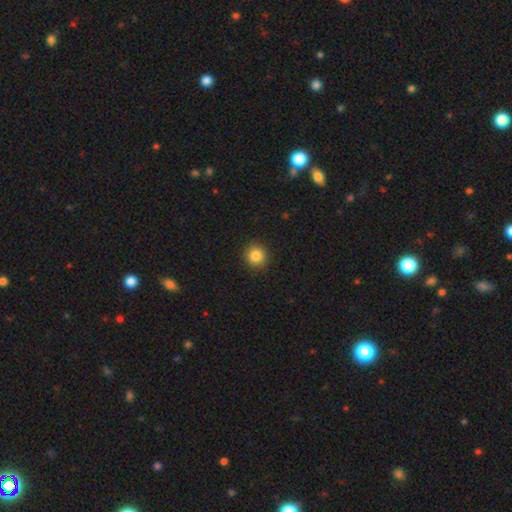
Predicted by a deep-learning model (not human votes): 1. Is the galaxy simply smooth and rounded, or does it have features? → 85% smooth, 11% star or artifact, 5% featured or disk.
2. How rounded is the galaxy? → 93% round, 6% in between, 1% cigar-shaped.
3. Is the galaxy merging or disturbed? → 91% none, 6% minor disturbance, 2% major disturbance, 1% merger.